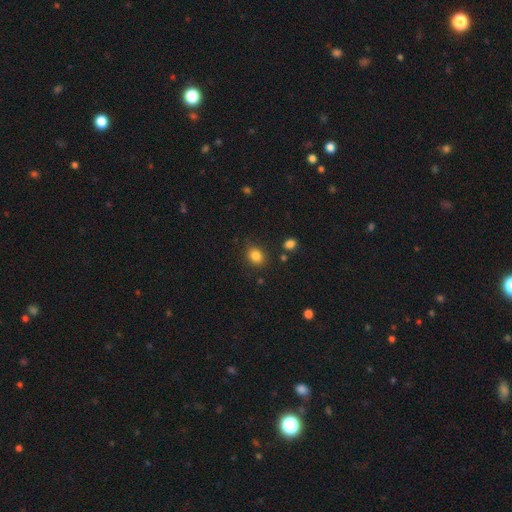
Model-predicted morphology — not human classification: A smooth galaxy with no disk features (84%) that is in between round and cigar-shaped (51%). Merging: none (82%).